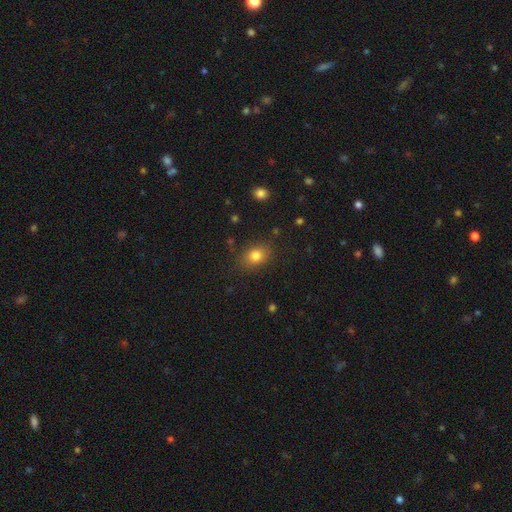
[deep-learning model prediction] smooth 80%, star or artifact 11%, featured or disk 9%. Down the decision tree: how rounded — in between (64%); merging — none (82%).